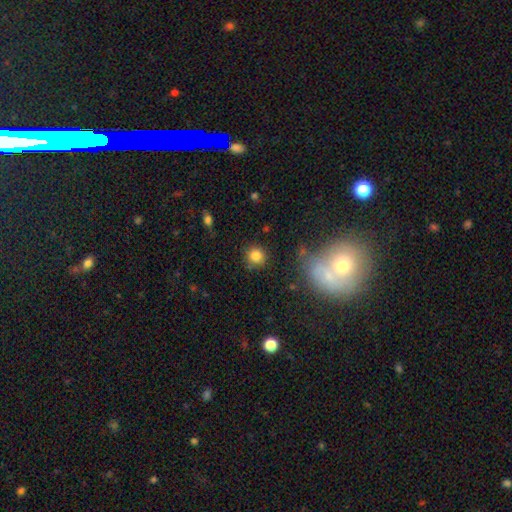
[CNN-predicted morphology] type=smooth (82%); roundness=round (92%); merging=none (87%).